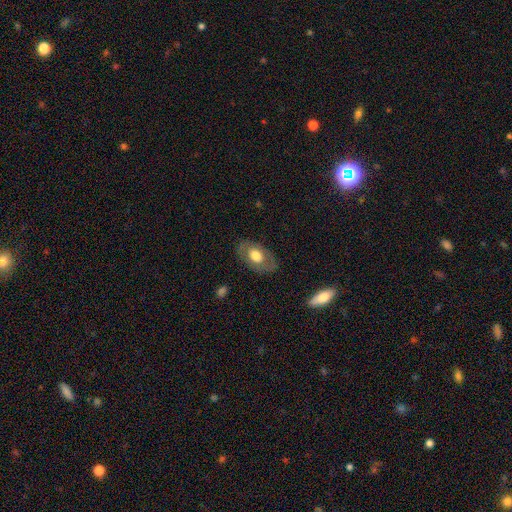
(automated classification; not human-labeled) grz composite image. It shows a smooth galaxy with no disk features (55%) that is in between round and cigar-shaped (86%). Merging: none (80%).